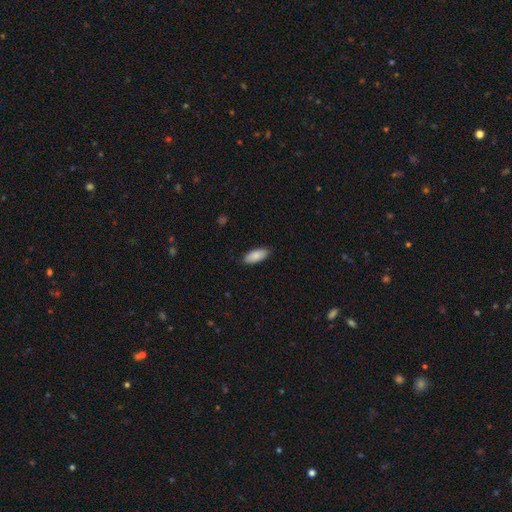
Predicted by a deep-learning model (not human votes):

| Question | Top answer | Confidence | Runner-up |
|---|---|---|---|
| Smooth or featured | smooth | 88% | featured or disk (7%) |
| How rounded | in between | 85% | cigar-shaped (13%) |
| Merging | none | 89% | minor disturbance (9%) |